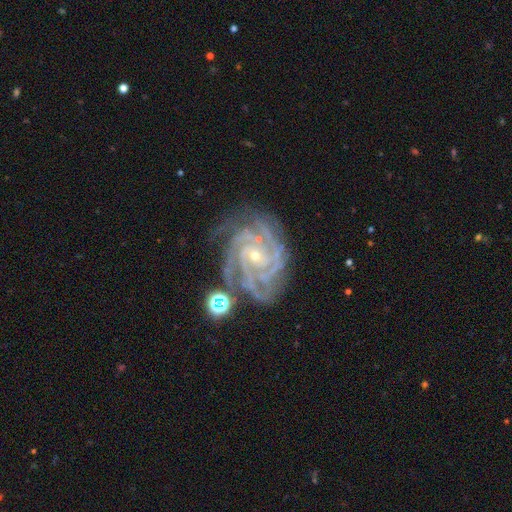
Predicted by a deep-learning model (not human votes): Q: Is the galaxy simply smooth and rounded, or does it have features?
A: featured or disk — 91%.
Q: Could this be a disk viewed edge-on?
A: no — 98%.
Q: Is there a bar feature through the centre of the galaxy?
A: no — 70%.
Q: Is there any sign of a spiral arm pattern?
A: yes — 98%.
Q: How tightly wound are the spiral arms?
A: tight — 76%.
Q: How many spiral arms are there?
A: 4 — 35%.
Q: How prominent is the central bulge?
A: small — 79%.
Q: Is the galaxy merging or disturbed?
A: none — 66%.